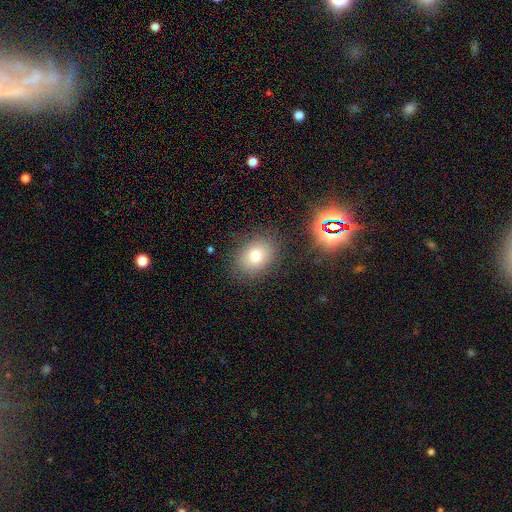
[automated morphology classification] This is likely a smooth galaxy (75%). How rounded: possibly in between (58%). Merging: clearly none (82%).